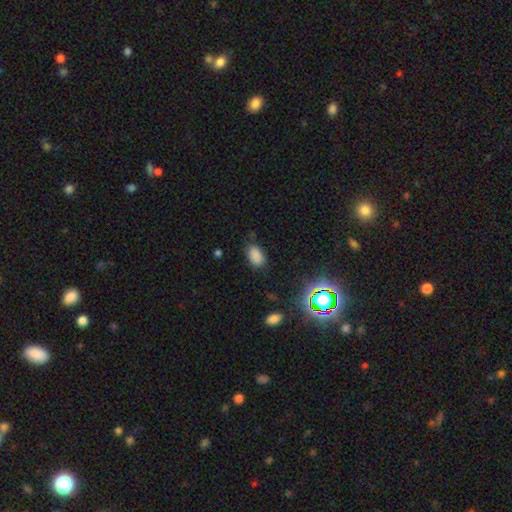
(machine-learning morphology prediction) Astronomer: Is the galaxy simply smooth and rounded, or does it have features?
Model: smooth — 84%.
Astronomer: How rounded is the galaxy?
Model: in between — 90%.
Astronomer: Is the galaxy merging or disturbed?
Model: none — 77%.